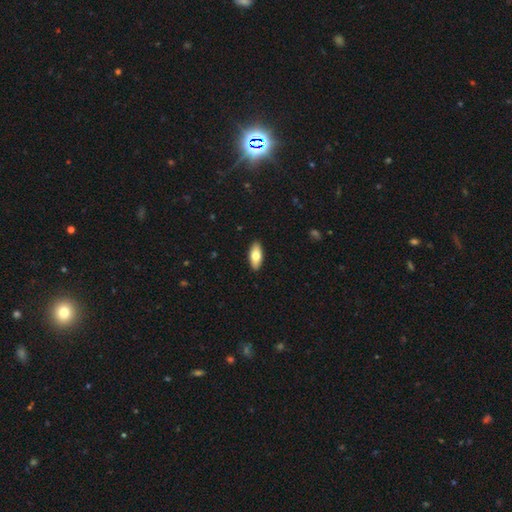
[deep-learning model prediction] Morphology: type=smooth (73%); roundness=in between (83%); merging=none (91%).